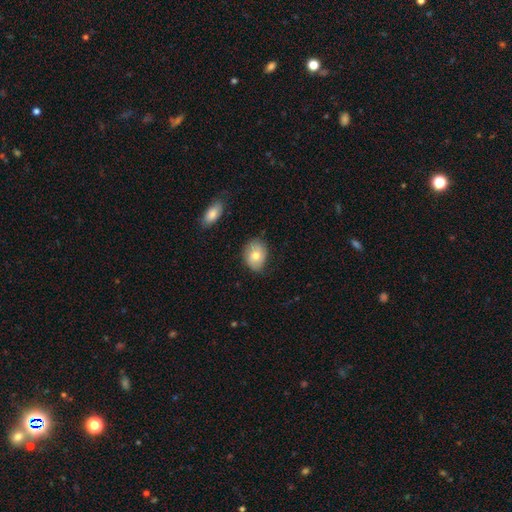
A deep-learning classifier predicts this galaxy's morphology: Q: Smooth or featured?
A: smooth (73%); runner-up: featured or disk (20%)
Q: How rounded?
A: in between (62%); runner-up: round (37%)
Q: Merging?
A: none (74%); runner-up: minor disturbance (21%)